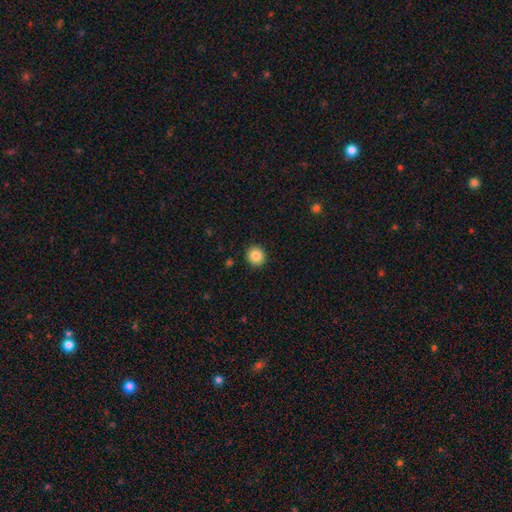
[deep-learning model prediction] smooth-or-featured: smooth: 87% | star or artifact: 9% | featured or disk: 4%
  how-rounded: round: 93% | in between: 6% | cigar-shaped: 1%
  merging: none: 92% | minor disturbance: 5% | major disturbance: 2% | merger: 1%